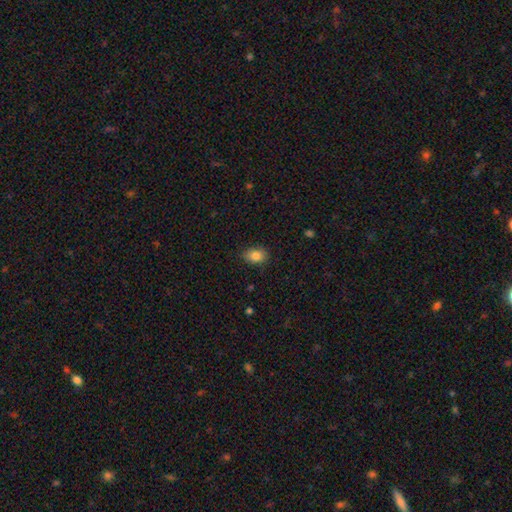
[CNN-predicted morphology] Smooth or featured?
  - smooth: 84% *
  - star or artifact: 9%
  - featured or disk: 7%
How rounded?
  - in between: 76% *
  - round: 23%
  - cigar-shaped: 1%
Merging?
  - none: 83% *
  - minor disturbance: 13%
  - major disturbance: 3%
  - merger: 1%